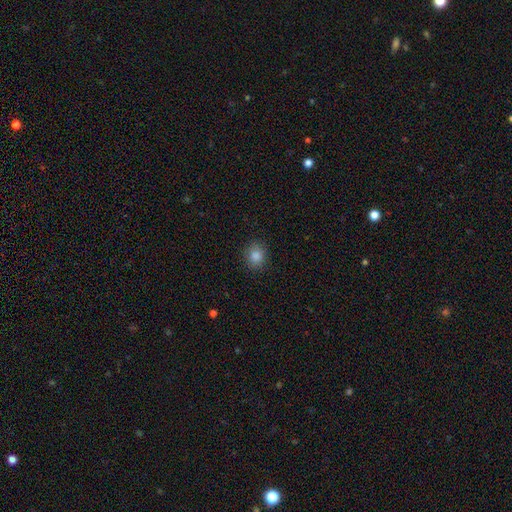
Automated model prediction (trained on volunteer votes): A smooth galaxy with no disk features (83%) that is round (68%).

Vote fractions:
- Smooth or featured? smooth: 83% / star or artifact: 12% / featured or disk: 5%
- How rounded? round: 68% / in between: 31% / cigar-shaped: 1%
- Merging? none: 89% / minor disturbance: 8% / major disturbance: 2% / merger: 1%